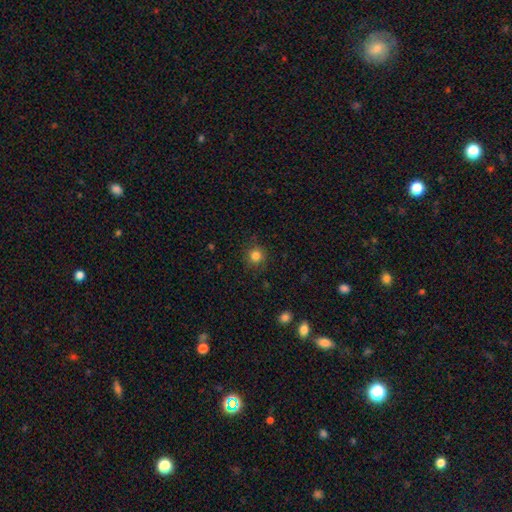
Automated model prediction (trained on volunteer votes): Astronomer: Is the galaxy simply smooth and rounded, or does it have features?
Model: smooth — 83%.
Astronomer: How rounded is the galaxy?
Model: round — 93%.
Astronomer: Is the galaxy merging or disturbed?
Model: none — 88%.